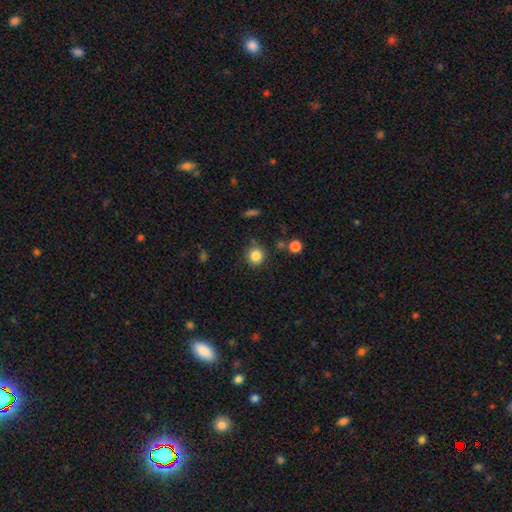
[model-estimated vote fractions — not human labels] The model was most divided on "smooth or featured": smooth: 84%, star or artifact: 11%, featured or disk: 5%. More confident: how rounded — round (88%); merging — none (84%).